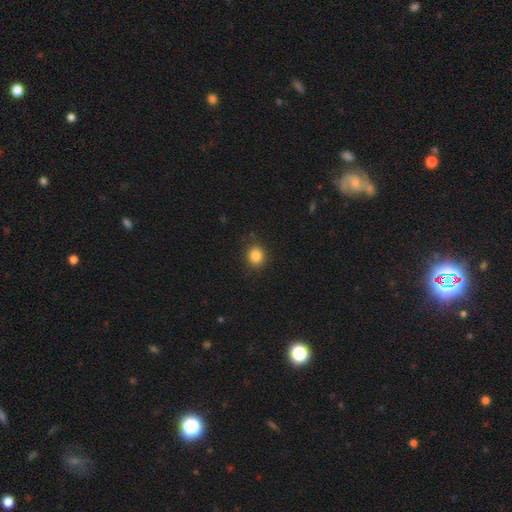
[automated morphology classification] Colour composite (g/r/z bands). It shows a smooth galaxy with no disk features (85%) that is round (80%). Merging: none (88%).